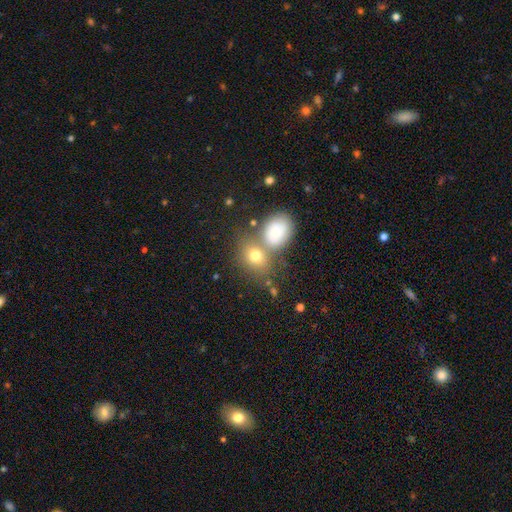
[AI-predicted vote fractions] A smooth galaxy with no disk features (74%) that is round (52%). Merging: none (48%).